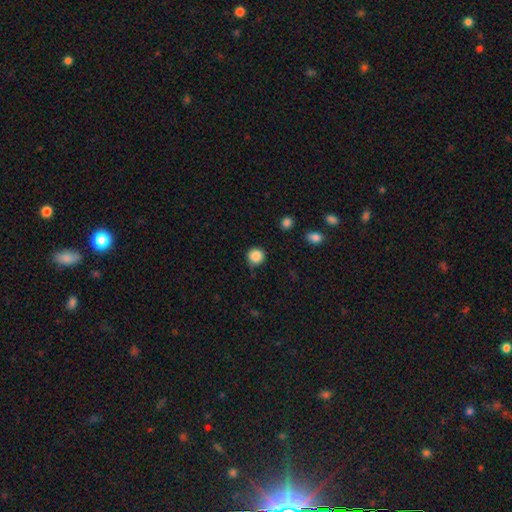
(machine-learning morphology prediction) A smooth galaxy with no disk features (86%) that is round (94%). Merging: none (84%).